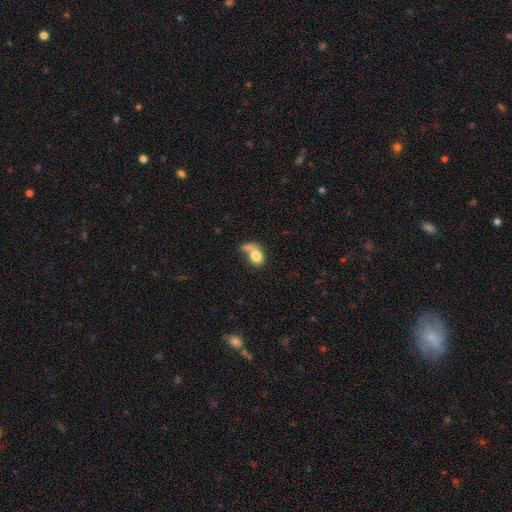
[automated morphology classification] Overall: smooth (75%). How rounded: in between (63%; round 35%). Merging: merger (32%; none 28%).